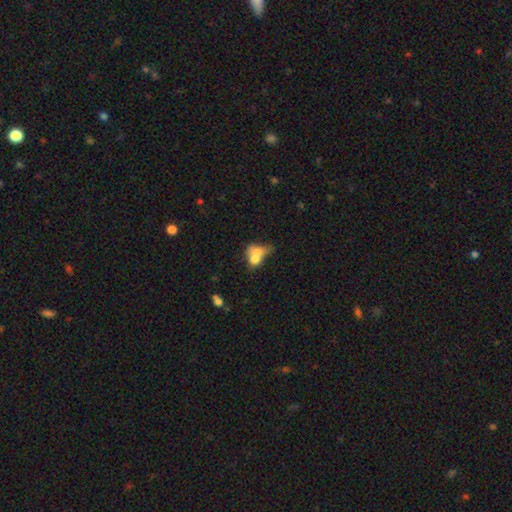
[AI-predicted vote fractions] The model was most divided on "how rounded": in between: 63%, round: 34%, cigar-shaped: 4%. More confident: merging — merger (65%); smooth or featured — smooth (64%).